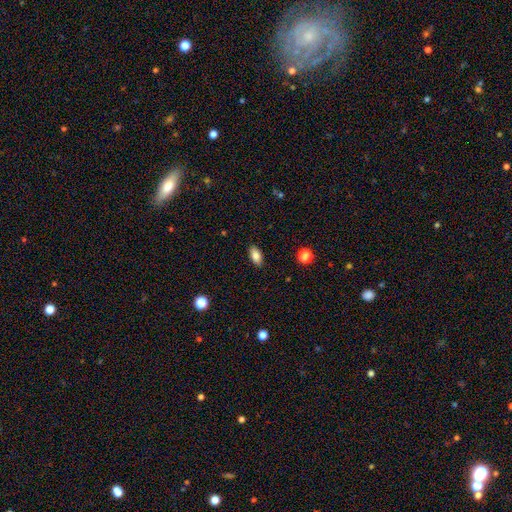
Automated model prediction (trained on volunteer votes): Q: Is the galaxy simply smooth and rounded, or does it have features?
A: smooth — 82%.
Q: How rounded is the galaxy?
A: in between — 90%.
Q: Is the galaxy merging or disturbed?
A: none — 89%.